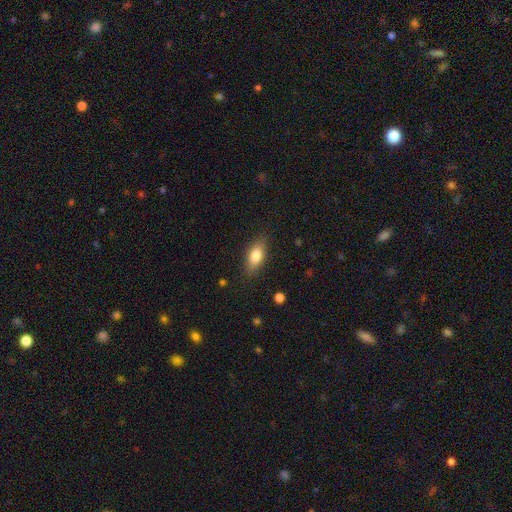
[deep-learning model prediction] smooth_or_featured: smooth (p=0.76) [alt: featured or disk p=0.16]
how_rounded: in between (p=0.81) [alt: cigar-shaped p=0.14]
merging: none (p=0.84) [alt: minor disturbance p=0.12]